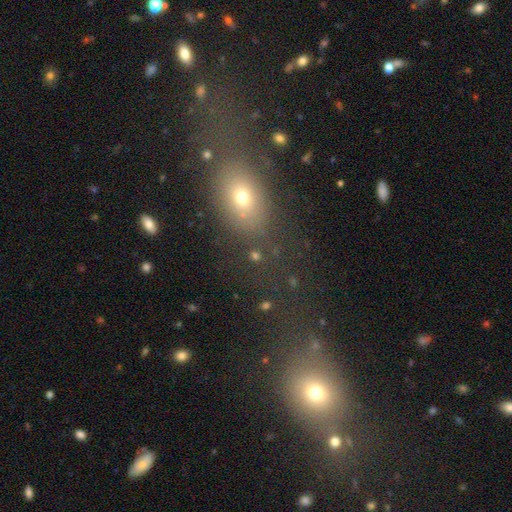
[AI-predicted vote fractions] Smooth or featured? Predicted: smooth (p=0.58). How rounded? Predicted: in between (p=0.52). Merging? Predicted: none (p=0.73).